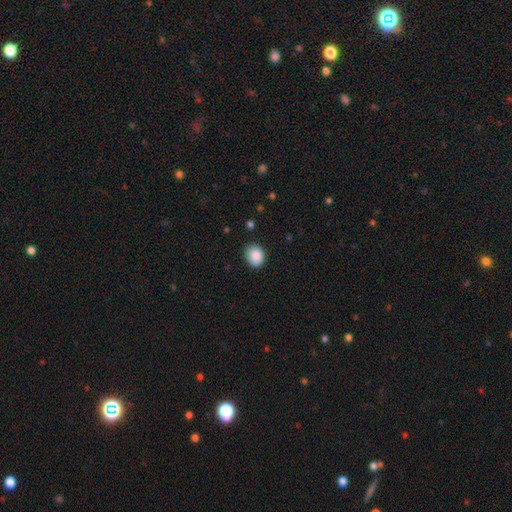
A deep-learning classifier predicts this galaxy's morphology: A smooth galaxy with no disk features (88%) that is in between round and cigar-shaped (52%).

Vote fractions:
- Smooth or featured? smooth: 88% / star or artifact: 8% / featured or disk: 4%
- How rounded? in between: 52% / round: 48% / cigar-shaped: 1%
- Merging? none: 81% / minor disturbance: 15% / major disturbance: 3% / merger: 1%